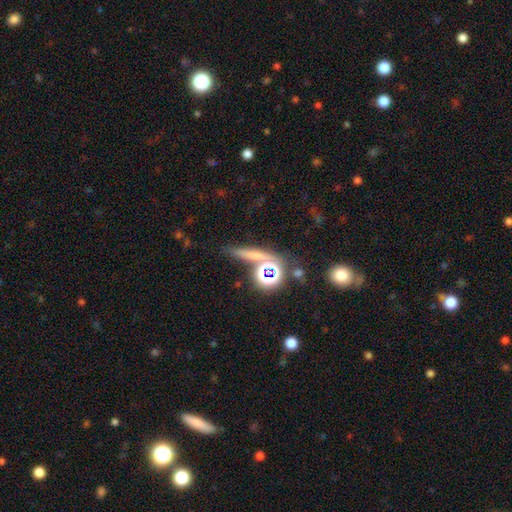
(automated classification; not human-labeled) Overall: smooth (47%; star or artifact 36%). Merging: none (72%).